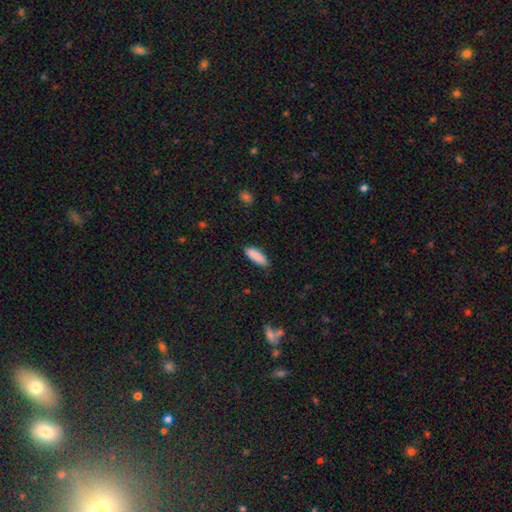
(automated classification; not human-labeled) smooth 89%, star or artifact 6%, featured or disk 5%. Down the decision tree: how rounded — in between (52%); merging — none (87%).